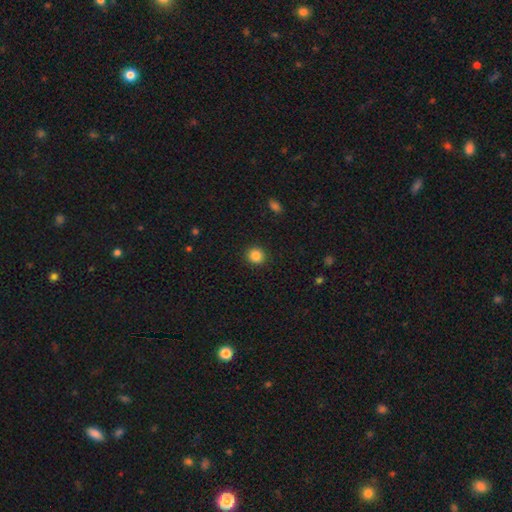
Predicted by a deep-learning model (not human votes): smooth 86%, star or artifact 11%, featured or disk 4%. Down the decision tree: how rounded — round (91%); merging — none (92%).